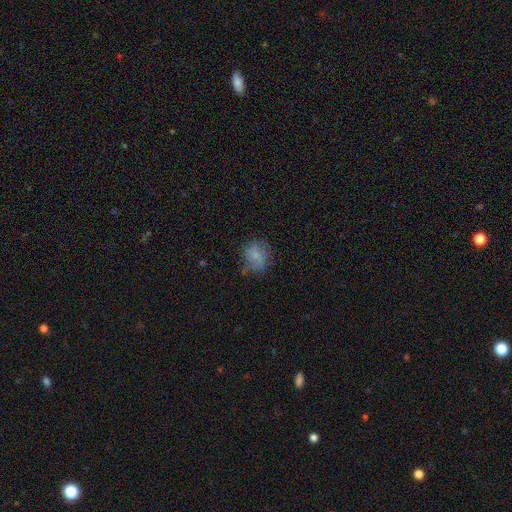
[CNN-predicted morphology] Overall: smooth (74%). How rounded: round (57%; in between 42%). Merging: none (62%; minor disturbance 25%).